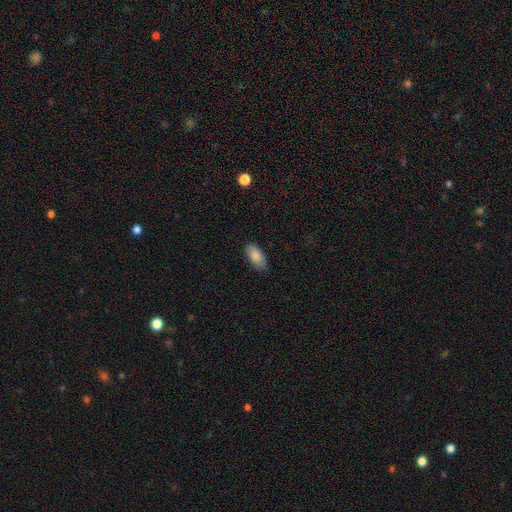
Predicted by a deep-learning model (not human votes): This is clearly a smooth galaxy (87%). How rounded: clearly in between (91%). Merging: clearly none (83%).